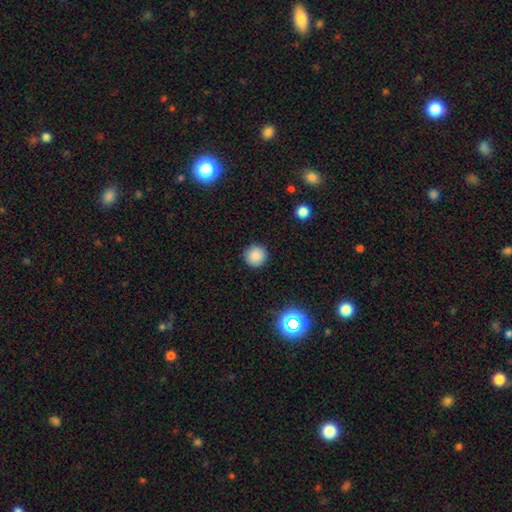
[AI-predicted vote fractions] Smooth or featured? Predicted: smooth (p=0.85). How rounded? Predicted: round (p=0.96). Merging? Predicted: none (p=0.92).